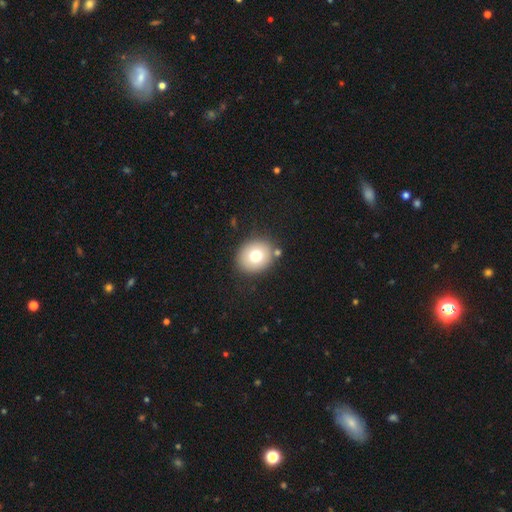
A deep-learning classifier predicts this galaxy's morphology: Smooth or featured? Predicted: smooth (p=0.74). How rounded? Predicted: round (p=0.73). Merging? Predicted: none (p=0.83).